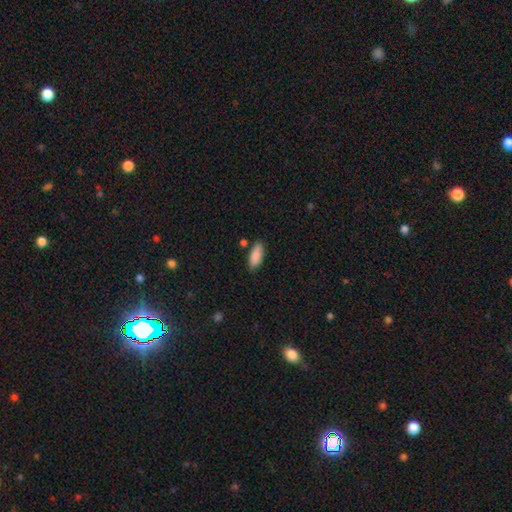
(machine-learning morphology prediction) type=smooth (88%); roundness=in between (82%); merging=none (80%).